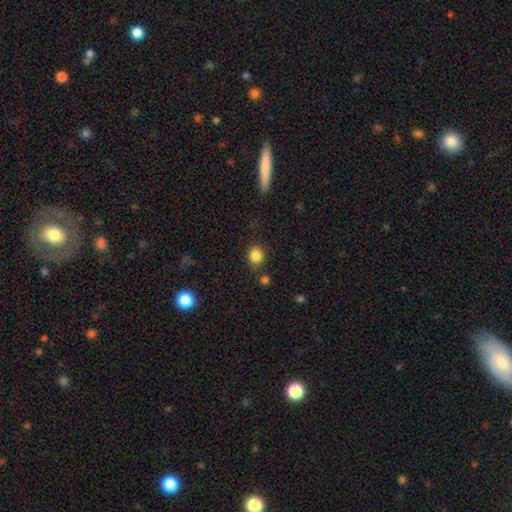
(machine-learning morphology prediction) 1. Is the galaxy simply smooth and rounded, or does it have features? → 84% smooth, 11% star or artifact, 5% featured or disk.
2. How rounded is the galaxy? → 73% round, 26% in between, 1% cigar-shaped.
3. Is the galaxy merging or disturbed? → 78% none, 13% minor disturbance, 5% merger, 4% major disturbance.